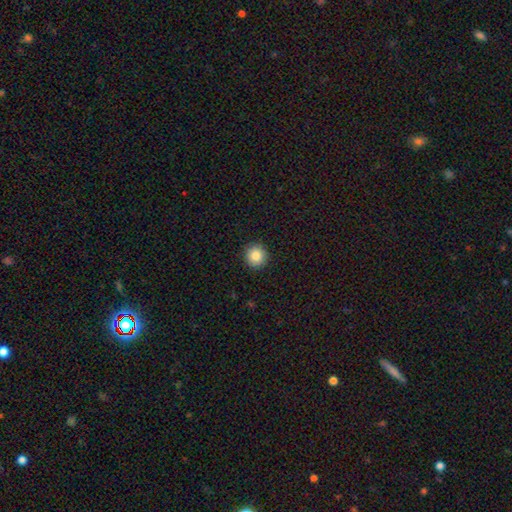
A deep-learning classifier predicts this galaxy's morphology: Smooth or featured? Predicted: smooth (p=0.85). How rounded? Predicted: round (p=0.93). Merging? Predicted: none (p=0.92).